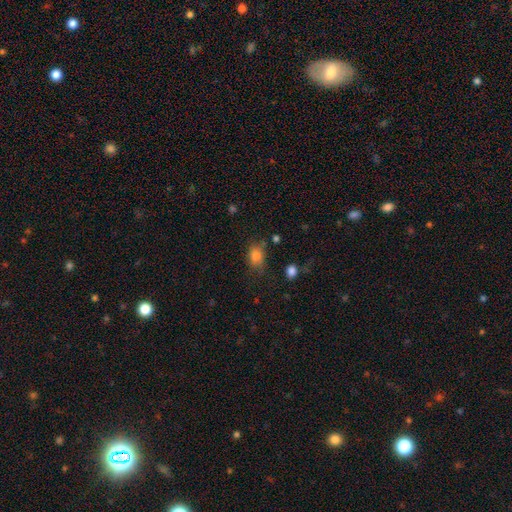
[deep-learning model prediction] The model was most divided on "merging": none: 61%, minor disturbance: 25%, major disturbance: 9%, merger: 4%. More confident: smooth or featured — smooth (81%); how rounded — in between (68%).